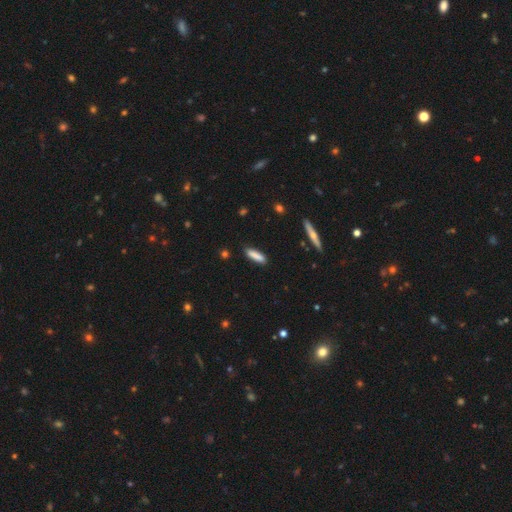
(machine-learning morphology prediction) Overall: smooth (85%). How rounded: cigar-shaped (72%). Merging: none (87%).